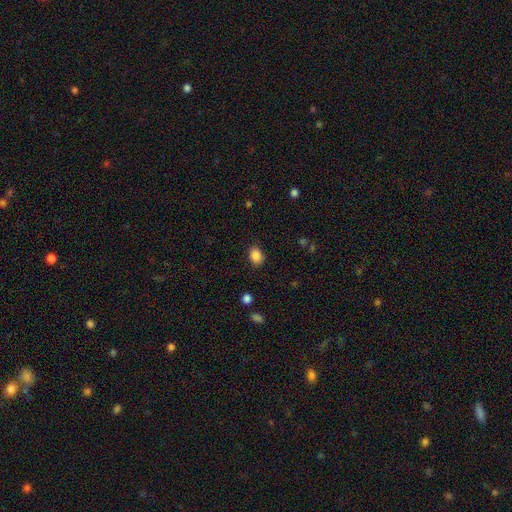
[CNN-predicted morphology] The model was most divided on "how rounded": in between: 68%, round: 31%, cigar-shaped: 1%. More confident: smooth or featured — smooth (87%); merging — none (83%).